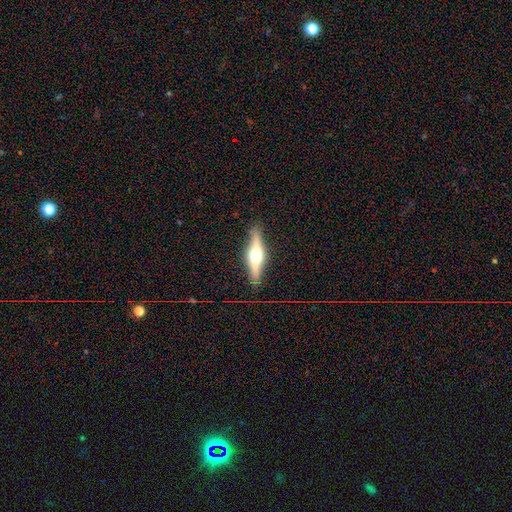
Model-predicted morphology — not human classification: featured or disk 68%, smooth 25%, star or artifact 6%. Down the decision tree: edge-on disk — yes (96%); edge-on bulge — rounded (95%); merging — none (87%).